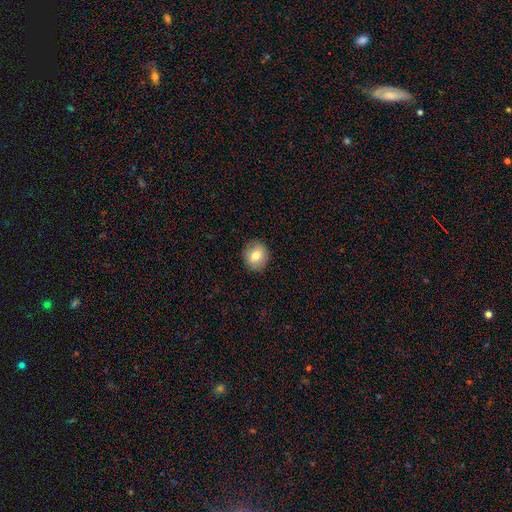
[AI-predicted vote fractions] Smooth or featured: smooth — 76% (featured or disk — 15%)
How rounded: round — 80% (in between — 19%)
Merging: none — 88% (minor disturbance — 9%)